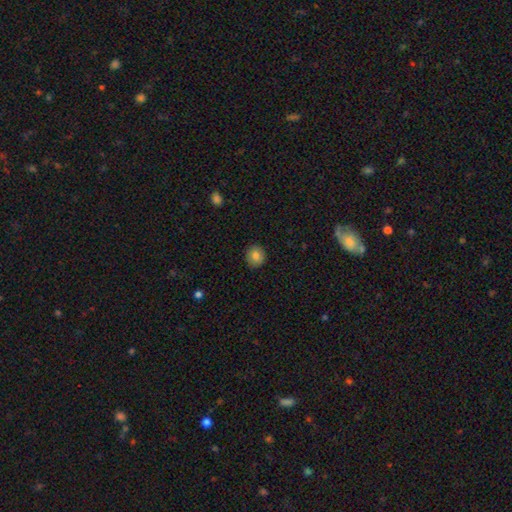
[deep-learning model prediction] smooth 83%, star or artifact 9%, featured or disk 8%. Down the decision tree: how rounded — round (81%); merging — none (90%).